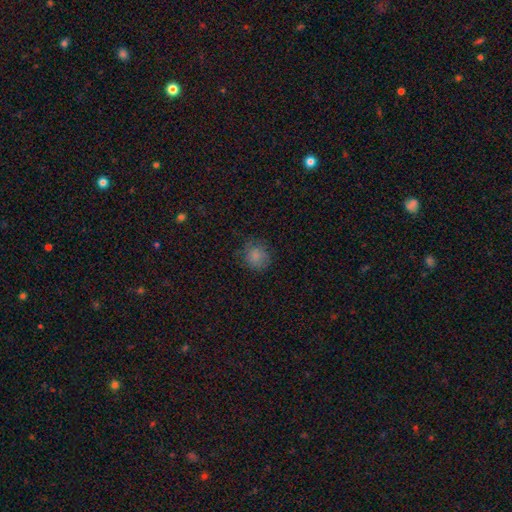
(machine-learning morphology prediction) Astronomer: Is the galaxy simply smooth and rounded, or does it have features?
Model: smooth — 81%.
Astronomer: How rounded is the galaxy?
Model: round — 85%.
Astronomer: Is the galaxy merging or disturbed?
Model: none — 75%.